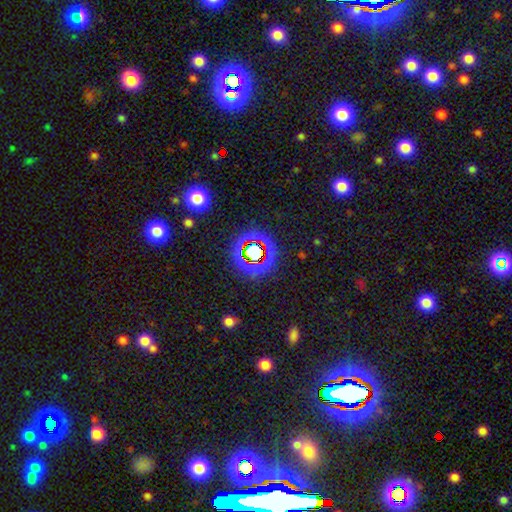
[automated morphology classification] smooth-or-featured: star or artifact: 76% | smooth: 15% | featured or disk: 9%